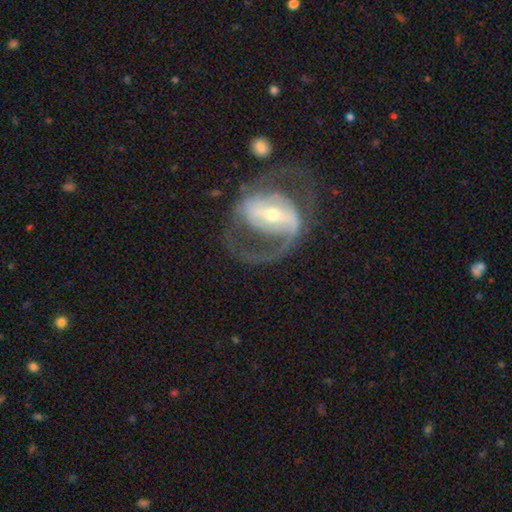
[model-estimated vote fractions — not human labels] Smooth or featured? featured or disk (84%)
Edge-on disk? no (96%)
Bar? strong (46%)
Spiral arms? yes (88%)
Spiral winding? medium (50%)
Spiral arm count? 2 (78%)
Bulge size? small (57%)
Merging? none (60%)